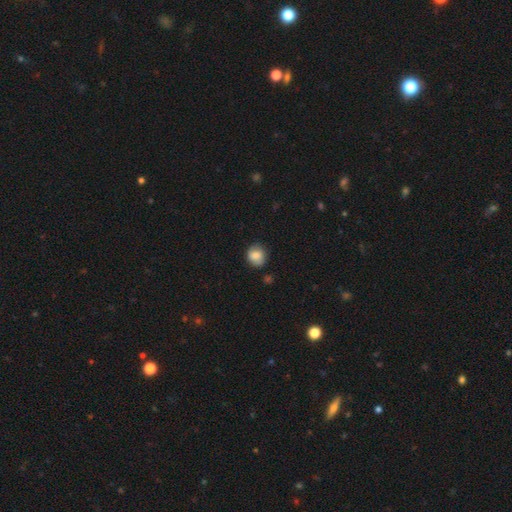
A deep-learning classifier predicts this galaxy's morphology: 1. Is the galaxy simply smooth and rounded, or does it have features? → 78% smooth, 13% featured or disk, 8% star or artifact.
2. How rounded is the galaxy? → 72% round, 27% in between, 1% cigar-shaped.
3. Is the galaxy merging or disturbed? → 75% none, 18% minor disturbance, 4% major disturbance, 2% merger.